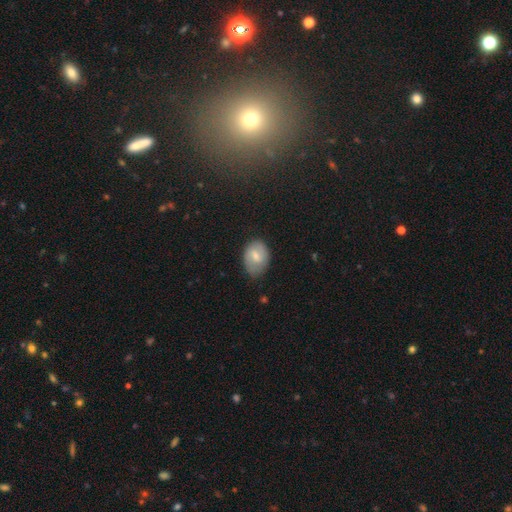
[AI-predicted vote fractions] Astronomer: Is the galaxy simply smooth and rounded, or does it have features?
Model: smooth — 62%.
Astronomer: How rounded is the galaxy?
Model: in between — 79%.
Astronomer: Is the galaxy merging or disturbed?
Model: none — 70%.